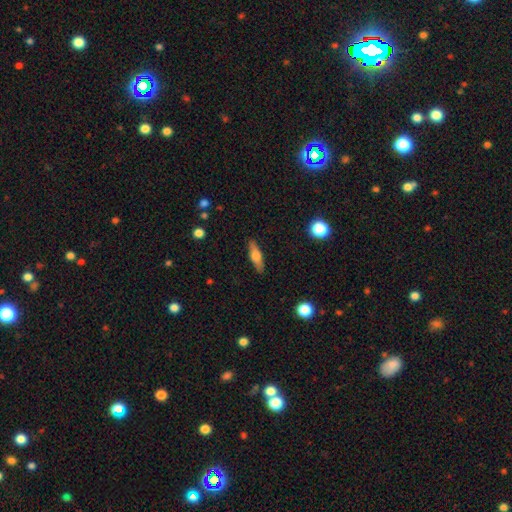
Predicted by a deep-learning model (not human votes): smooth 54%, featured or disk 40%, star or artifact 7%. Down the decision tree: how rounded — cigar-shaped (56%); merging — none (88%).